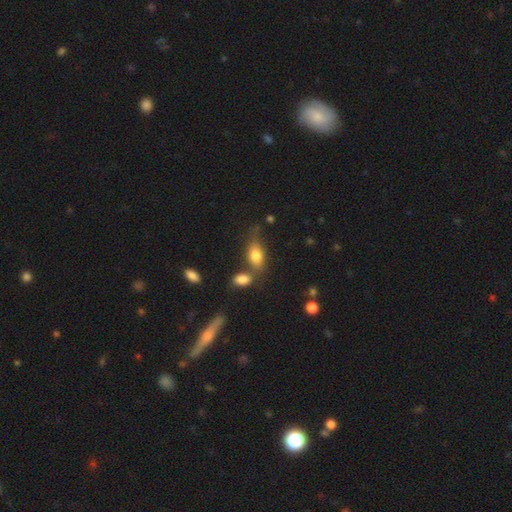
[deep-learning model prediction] Overall: smooth (80%). How rounded: in between (86%). Merging: none (47%; merger 26%).